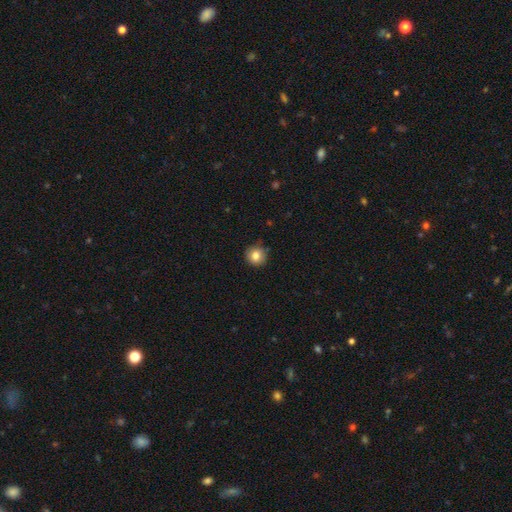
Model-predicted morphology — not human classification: Q: Smooth or featured?
A: smooth (83%); runner-up: star or artifact (10%)
Q: How rounded?
A: round (93%); runner-up: in between (6%)
Q: Merging?
A: none (87%); runner-up: minor disturbance (10%)